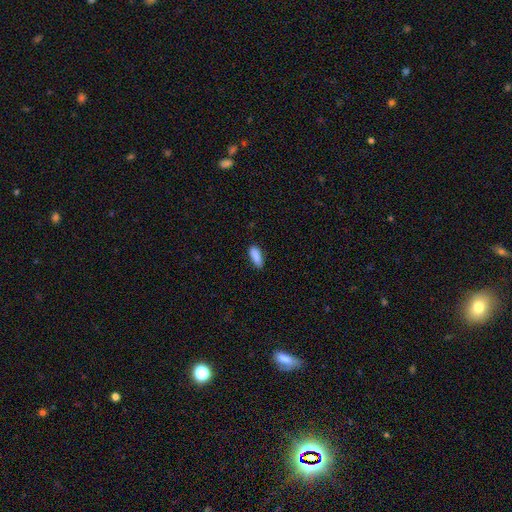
Smooth or featured: smooth — 87% (star or artifact — 8%)
How rounded: in between — 68% (cigar-shaped — 32%)
Merging: none — 78% (minor disturbance — 14%)